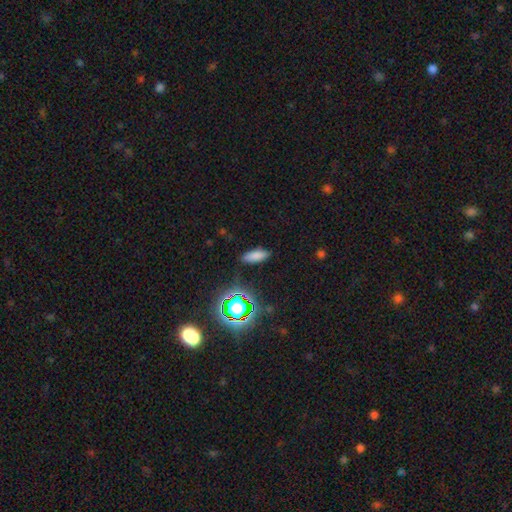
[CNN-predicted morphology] Smooth or featured?
  - smooth: 74% *
  - star or artifact: 18%
  - featured or disk: 8%
How rounded?
  - in between: 71% *
  - cigar-shaped: 26%
  - round: 3%
Merging?
  - none: 84% *
  - minor disturbance: 11%
  - major disturbance: 3%
  - merger: 2%